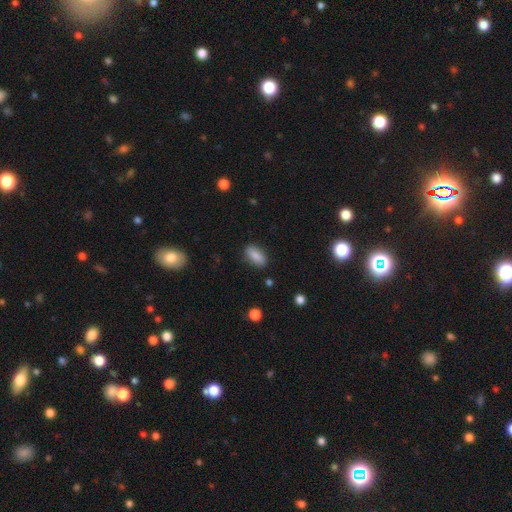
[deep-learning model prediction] Smooth or featured?
  - smooth: 84% *
  - featured or disk: 9%
  - star or artifact: 7%
How rounded?
  - in between: 84% *
  - cigar-shaped: 12%
  - round: 4%
Merging?
  - none: 84% *
  - minor disturbance: 12%
  - major disturbance: 3%
  - merger: 2%